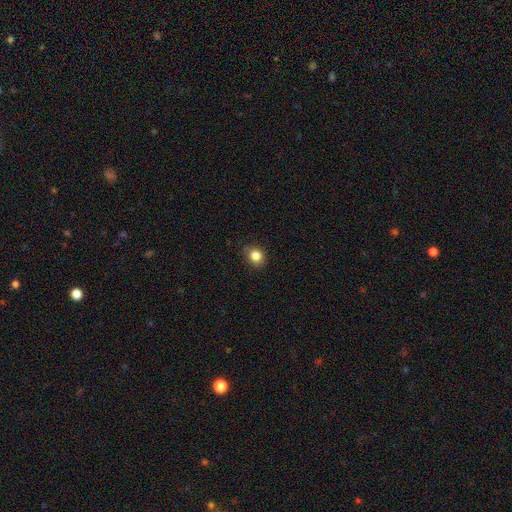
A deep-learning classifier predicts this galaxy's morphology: A smooth galaxy with no disk features (84%) that is round (71%).

Vote fractions:
- Smooth or featured? smooth: 84% / star or artifact: 11% / featured or disk: 5%
- How rounded? round: 71% / in between: 28% / cigar-shaped: 1%
- Merging? none: 83% / minor disturbance: 13% / major disturbance: 3% / merger: 1%